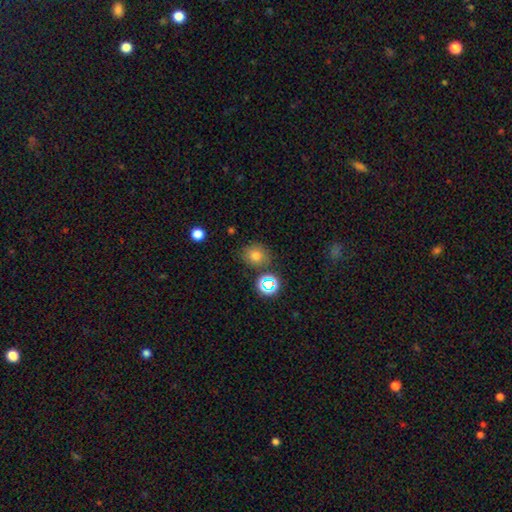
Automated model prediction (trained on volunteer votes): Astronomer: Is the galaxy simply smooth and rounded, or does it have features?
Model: smooth — 74%.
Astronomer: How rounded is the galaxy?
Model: round — 72%.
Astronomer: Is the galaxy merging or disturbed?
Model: none — 76%.